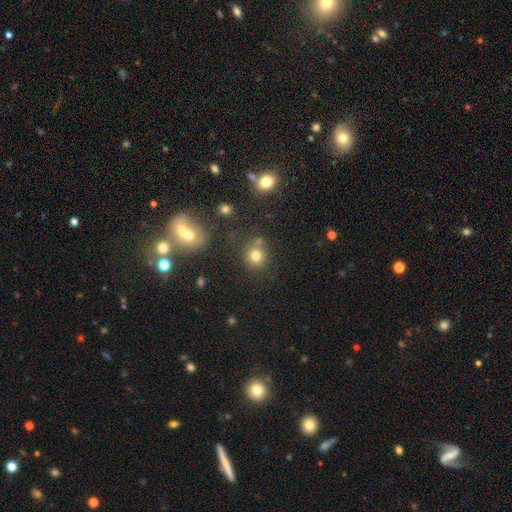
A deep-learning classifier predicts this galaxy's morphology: smooth-or-featured: smooth: 76% | star or artifact: 15% | featured or disk: 8%
  how-rounded: round: 87% | in between: 12% | cigar-shaped: 1%
  merging: none: 70% | merger: 15% | minor disturbance: 11% | major disturbance: 4%